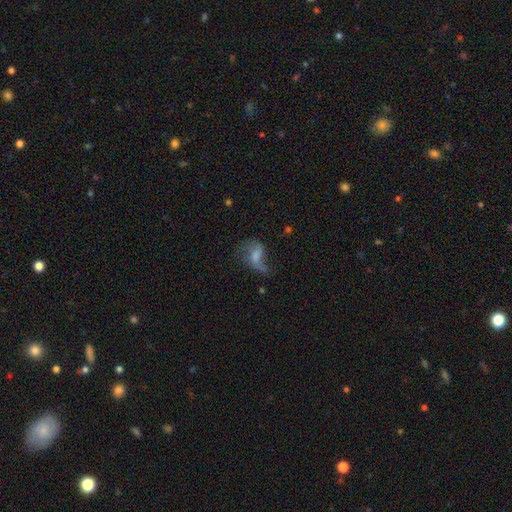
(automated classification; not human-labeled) A featured or disk galaxy (56%) with no bar (45%), spiral arms (75%) and a small central bulge (31%, tied with none).

Vote fractions:
- Smooth or featured? featured or disk: 56% / smooth: 30% / star or artifact: 14%
- Edge-on disk? no: 95% / yes: 5%
- Bar? no: 45% / weak: 40% / strong: 14%
- Spiral arms? yes: 75% / no: 25%
- Bulge size? small: 31% (tied) / none: 31% (tied) / moderate: 28% / large: 8% / dominant: 2%
- Merging? none: 40% / major disturbance: 33% / minor disturbance: 22% / merger: 5%